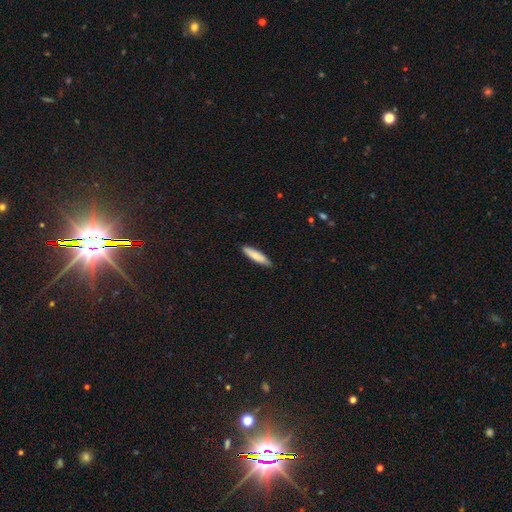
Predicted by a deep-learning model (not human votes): A smooth galaxy with no disk features (80%) that is cigar-shaped (78%).

Vote fractions:
- Smooth or featured? smooth: 80% / featured or disk: 15% / star or artifact: 6%
- How rounded? cigar-shaped: 78% / in between: 21% / round: 1%
- Merging? none: 85% / minor disturbance: 13% / major disturbance: 2% / merger: 1%